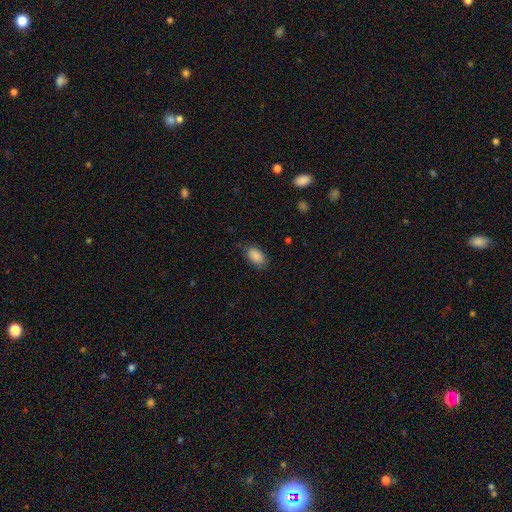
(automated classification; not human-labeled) Smooth or featured? Predicted: smooth (p=0.88). How rounded? Predicted: in between (p=0.92). Merging? Predicted: none (p=0.77).